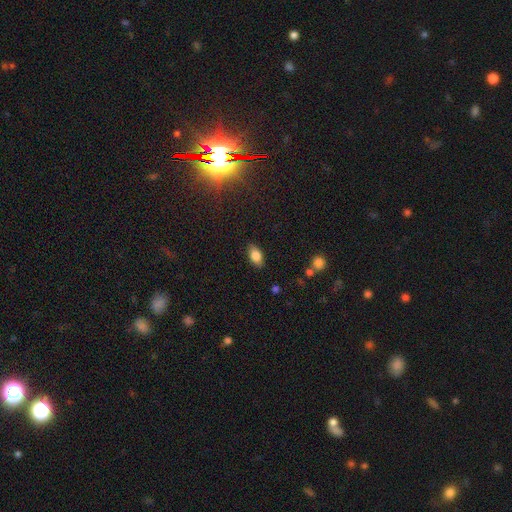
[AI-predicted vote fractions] This is clearly a smooth galaxy (82%). How rounded: clearly in between (90%). Merging: clearly none (85%).